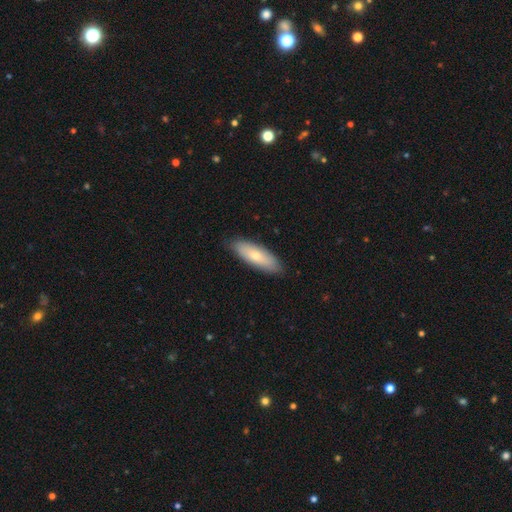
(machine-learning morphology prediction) Smooth or featured? smooth (69%)
How rounded? in between (57%)
Merging? none (86%)